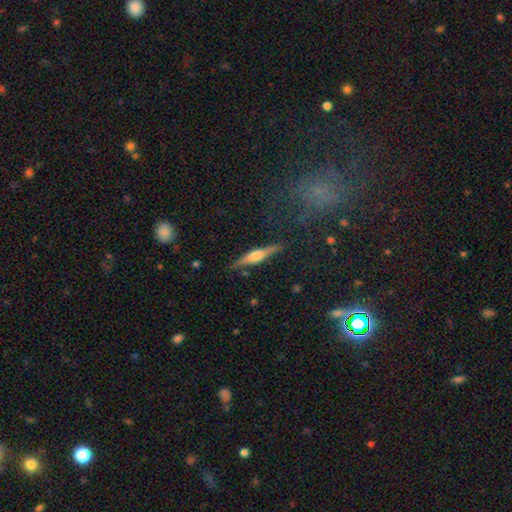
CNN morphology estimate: A featured or disk galaxy (62%) viewed edge-on (96%) with a rounded central bulge (81%). Merging: none (86%).